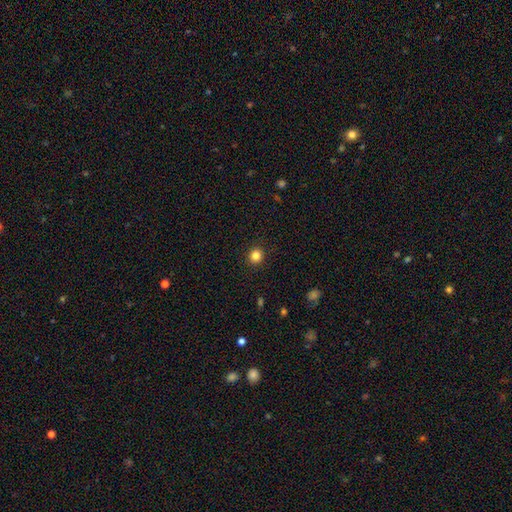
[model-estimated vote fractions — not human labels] A smooth galaxy with no disk features (84%) that is round (90%).

Vote fractions:
- Smooth or featured? smooth: 84% / star or artifact: 12% / featured or disk: 4%
- How rounded? round: 90% / in between: 9% / cigar-shaped: 1%
- Merging? none: 92% / minor disturbance: 5% / major disturbance: 2% / merger: 1%